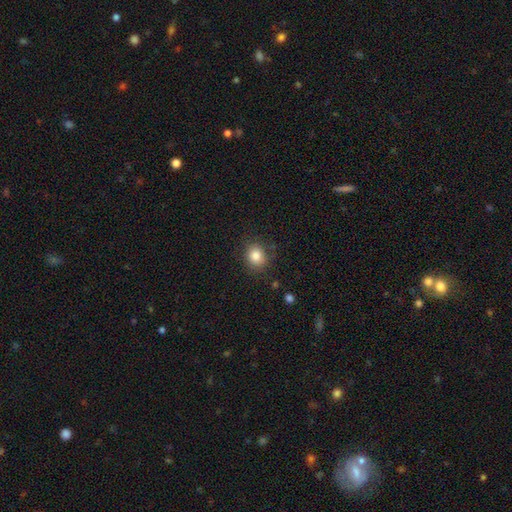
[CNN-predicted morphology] This appears to be a smooth galaxy with no disk features (83%) that is round (71%). Merging: none (82%).